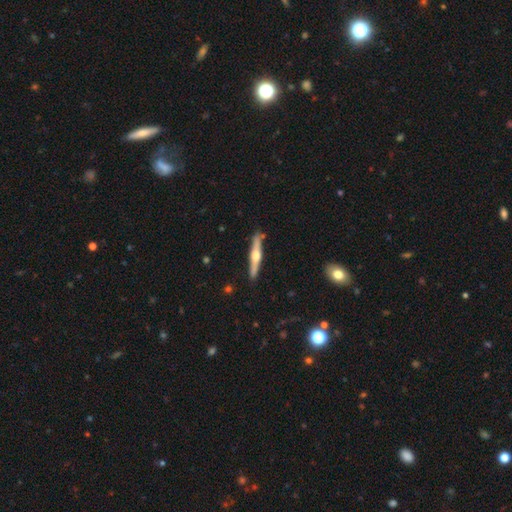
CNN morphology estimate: This appears to be a featured or disk galaxy (67%) viewed edge-on (97%) with a rounded central bulge (91%). Merging: none (87%).